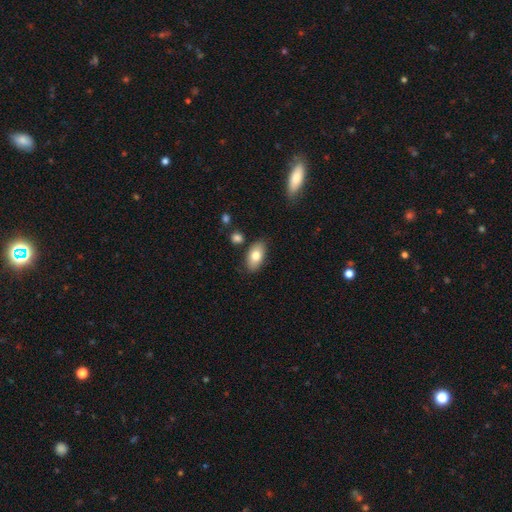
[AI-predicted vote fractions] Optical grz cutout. It shows a smooth galaxy with no disk features (78%) that is in between round and cigar-shaped (93%). Merging: none (83%).